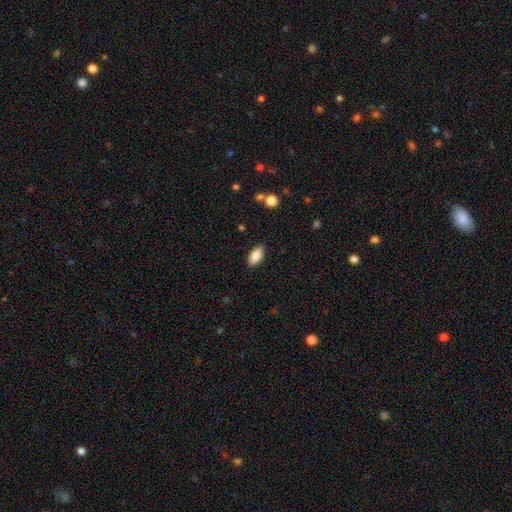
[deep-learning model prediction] This is clearly a smooth galaxy (82%). How rounded: clearly in between (88%). Merging: clearly none (87%).